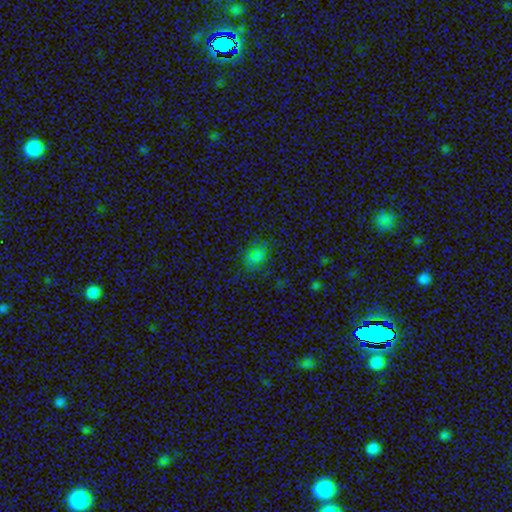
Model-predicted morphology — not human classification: A smooth galaxy with no disk features (69%) that is in between round and cigar-shaped (57%). Merging: none (78%).